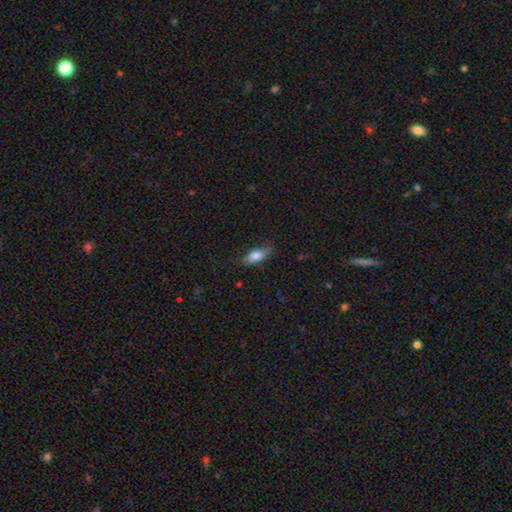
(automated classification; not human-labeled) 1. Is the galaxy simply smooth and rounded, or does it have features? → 79% smooth, 14% featured or disk, 7% star or artifact.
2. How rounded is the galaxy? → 79% in between, 18% cigar-shaped, 3% round.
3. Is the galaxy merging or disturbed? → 77% none, 18% minor disturbance, 4% major disturbance, 1% merger.